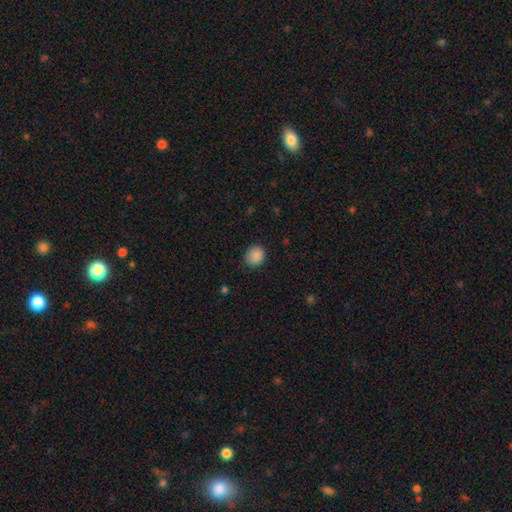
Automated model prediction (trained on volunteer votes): This appears to be a smooth galaxy with no disk features (88%) that is round (79%). Merging: none (84%).